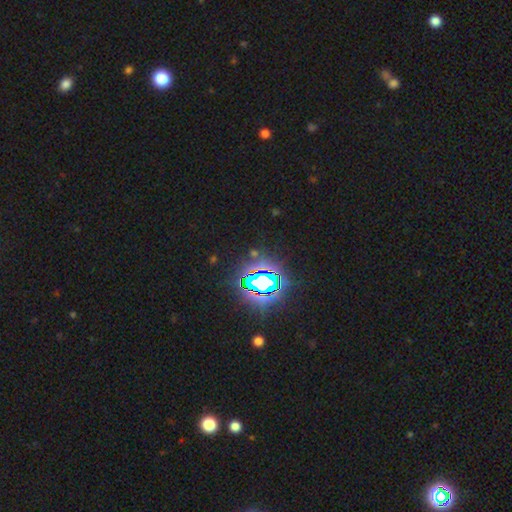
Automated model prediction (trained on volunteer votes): Smooth or featured? star or artifact (80%)